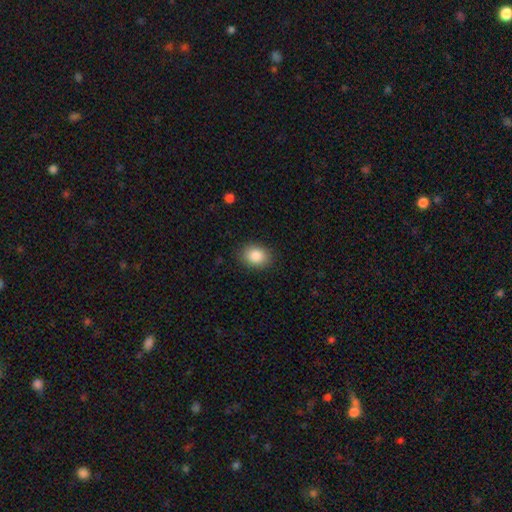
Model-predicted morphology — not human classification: A smooth galaxy with no disk features (87%) that is in between round and cigar-shaped (62%). Merging: none (87%).